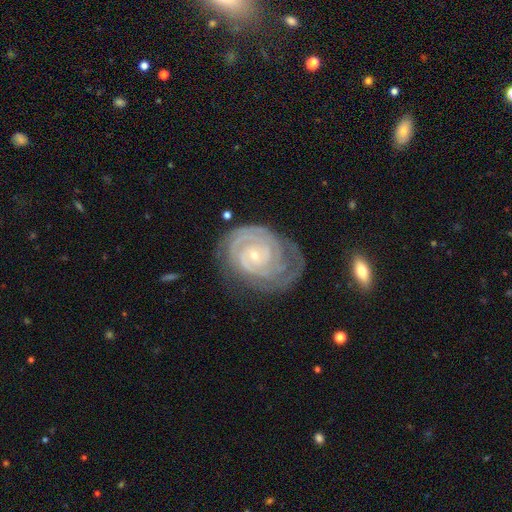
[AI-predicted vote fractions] Smooth or featured? Predicted: featured or disk (p=0.85). Edge-on disk? Predicted: no (p=0.97). Bar? Predicted: no (p=0.70). Spiral arms? Predicted: yes (p=0.96). Spiral winding? Predicted: tight (p=0.81). Spiral arm count? Predicted: 2 (p=0.40). Bulge size? Predicted: small (p=0.75). Merging? Predicted: none (p=0.69).